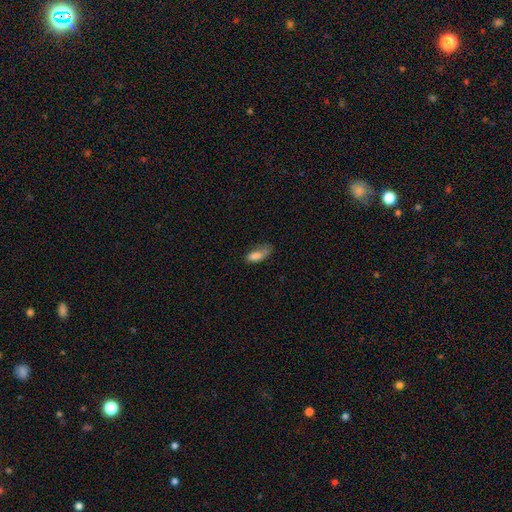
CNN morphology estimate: Overall: smooth (81%). How rounded: in between (81%). Merging: none (38%; minor disturbance 37%).